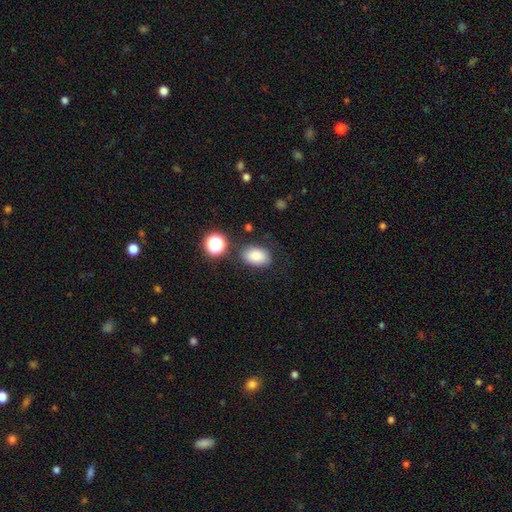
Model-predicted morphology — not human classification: smooth-or-featured: smooth: 84% | star or artifact: 10% | featured or disk: 6%
  how-rounded: in between: 84% | round: 15% | cigar-shaped: 1%
  merging: none: 78% | minor disturbance: 14% | merger: 4% | major disturbance: 4%